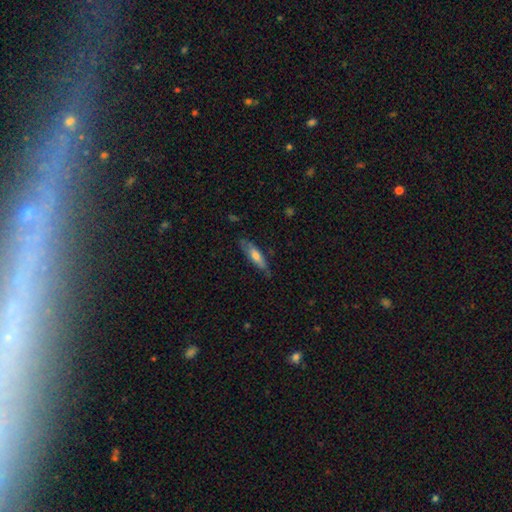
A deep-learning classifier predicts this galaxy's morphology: Smooth or featured? Predicted: smooth (p=0.56). How rounded? Predicted: cigar-shaped (p=0.68). Merging? Predicted: none (p=0.72).